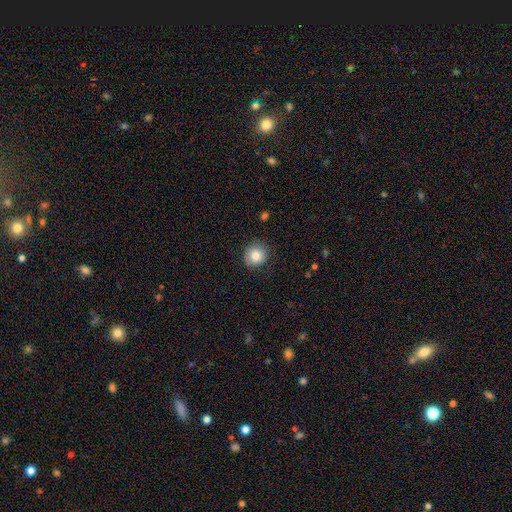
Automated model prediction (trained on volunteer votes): smooth 83%, star or artifact 9%, featured or disk 8%. Down the decision tree: how rounded — round (88%); merging — none (84%).